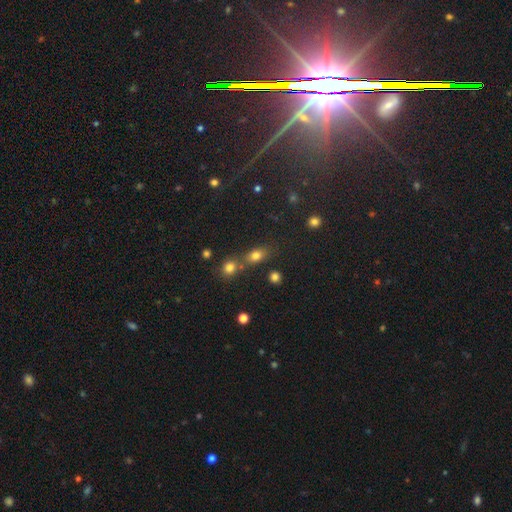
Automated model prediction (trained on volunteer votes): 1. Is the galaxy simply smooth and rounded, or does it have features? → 69% smooth, 20% star or artifact, 11% featured or disk.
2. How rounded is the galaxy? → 61% in between, 33% round, 6% cigar-shaped.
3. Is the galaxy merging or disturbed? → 55% none, 30% merger, 11% minor disturbance, 4% major disturbance.